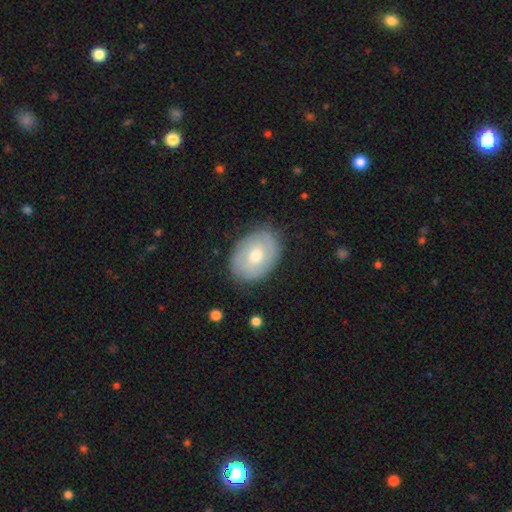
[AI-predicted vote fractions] This is possibly a smooth galaxy (52%). How rounded: likely in between (72%). Merging: clearly none (82%).